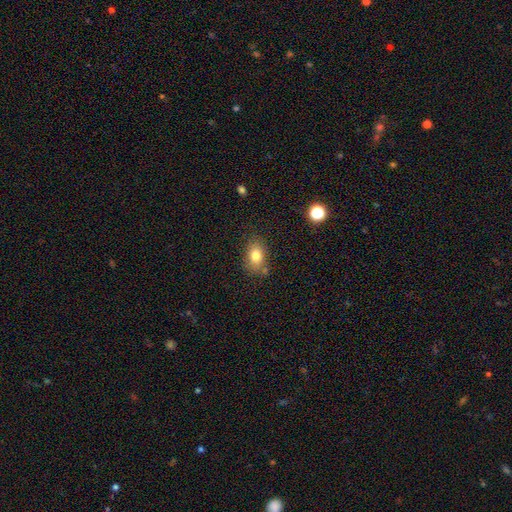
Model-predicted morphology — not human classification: This is likely a smooth galaxy (79%). How rounded: likely in between (78%). Merging: likely none (74%).